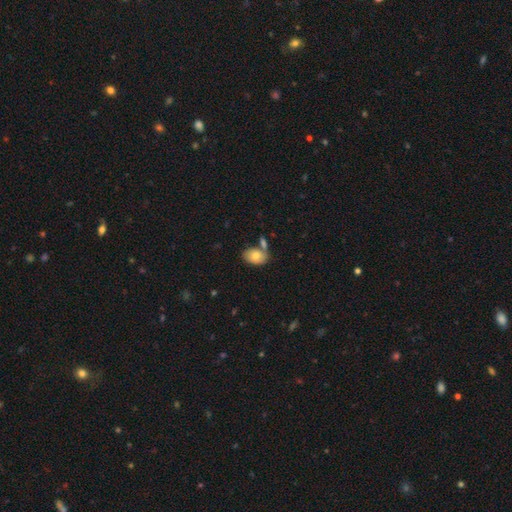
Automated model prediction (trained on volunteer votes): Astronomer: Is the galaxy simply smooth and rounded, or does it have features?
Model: smooth — 73%.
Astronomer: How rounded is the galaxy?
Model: in between — 86%.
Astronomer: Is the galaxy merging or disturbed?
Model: none — 53%.